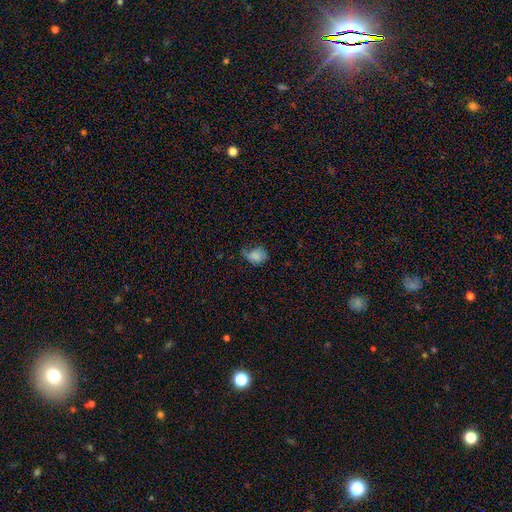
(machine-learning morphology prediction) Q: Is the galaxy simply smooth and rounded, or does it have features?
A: smooth — 79%.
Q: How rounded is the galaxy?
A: in between — 51%.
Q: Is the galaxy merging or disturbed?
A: none — 39%.